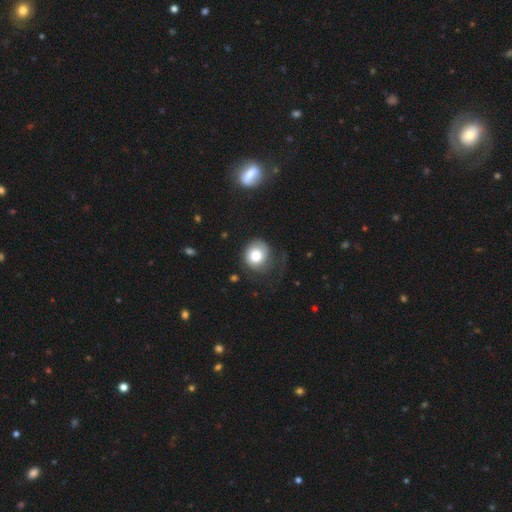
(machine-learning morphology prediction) smooth_or_featured: smooth (p=0.71) [alt: featured or disk p=0.21]
how_rounded: round (p=0.81) [alt: in between p=0.18]
merging: none (p=0.54) [alt: minor disturbance p=0.24]